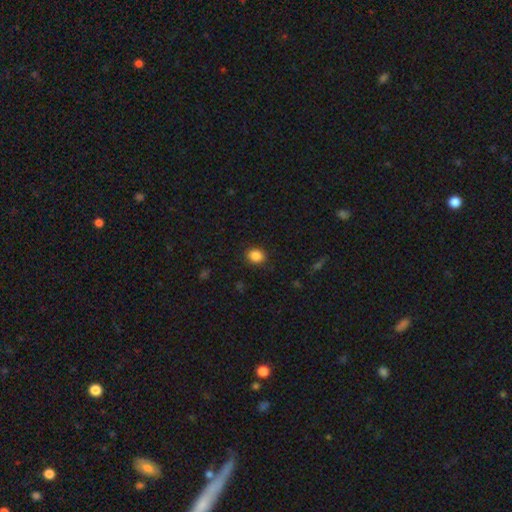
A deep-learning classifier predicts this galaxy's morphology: Smooth or featured? smooth (87%)
How rounded? round (55%)
Merging? none (88%)